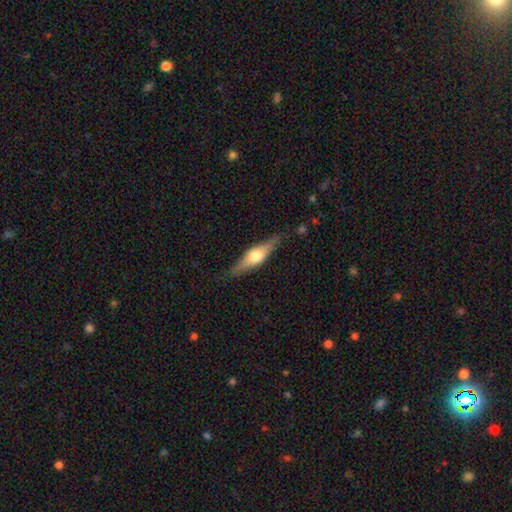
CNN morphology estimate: Q: Smooth or featured?
A: featured or disk (59%); runner-up: smooth (35%)
Q: Edge-on disk?
A: yes (93%); runner-up: no (7%)
Q: Edge-on bulge?
A: rounded (91%); runner-up: boxy (6%)
Q: Merging?
A: none (84%); runner-up: minor disturbance (12%)